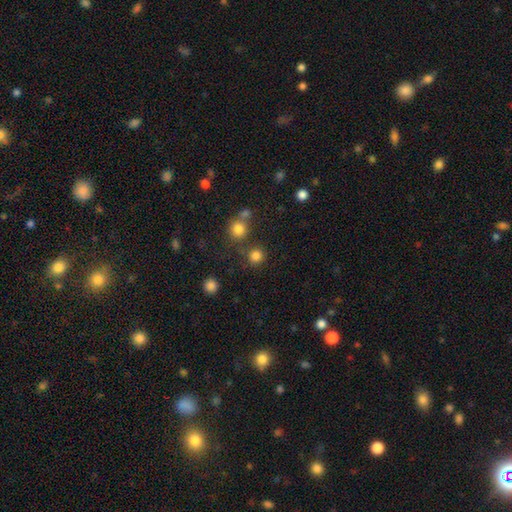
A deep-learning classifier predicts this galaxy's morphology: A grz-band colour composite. It shows a smooth galaxy with no disk features (81%) that is round (92%). Merging: none (76%).